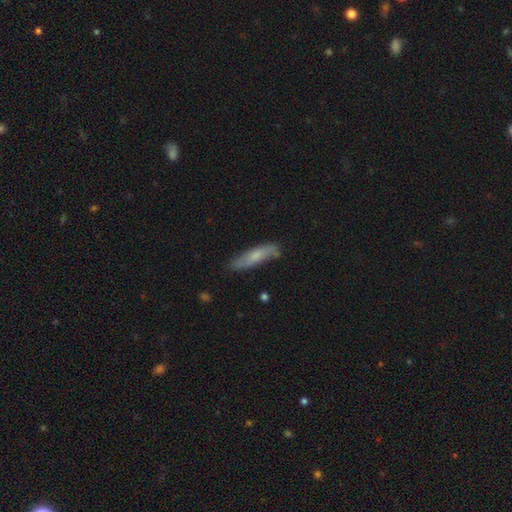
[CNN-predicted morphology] Smooth or featured? smooth (59%)
How rounded? cigar-shaped (70%)
Merging? none (71%)